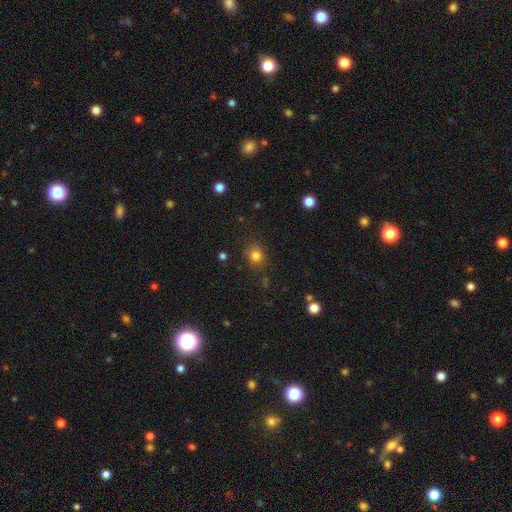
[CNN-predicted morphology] smooth 81%, star or artifact 14%, featured or disk 6%. Down the decision tree: how rounded — round (72%); merging — none (81%).